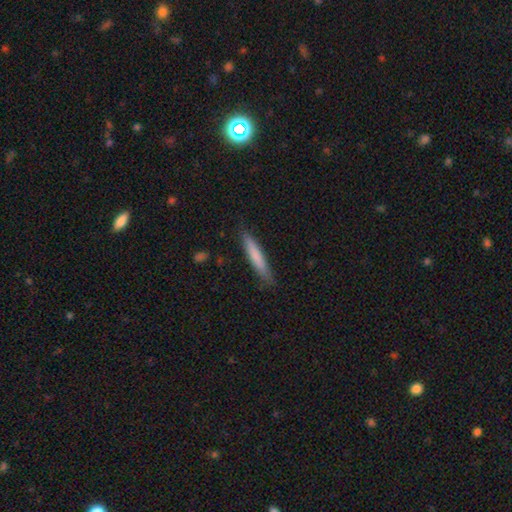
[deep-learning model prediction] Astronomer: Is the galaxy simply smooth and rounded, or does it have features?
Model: smooth — 76%.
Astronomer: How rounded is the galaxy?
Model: cigar-shaped — 93%.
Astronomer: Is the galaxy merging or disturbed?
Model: none — 86%.